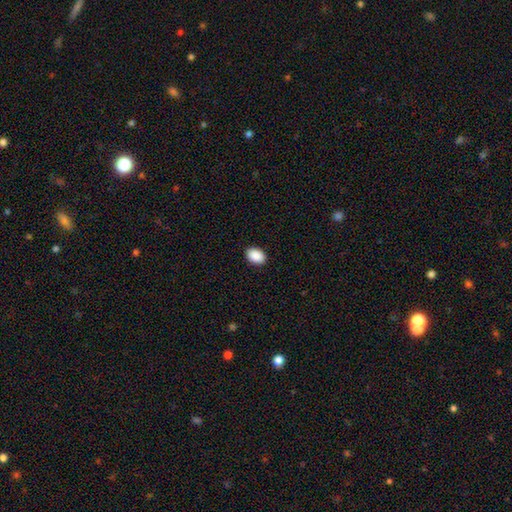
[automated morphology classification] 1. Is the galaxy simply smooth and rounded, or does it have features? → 90% smooth, 7% star or artifact, 2% featured or disk.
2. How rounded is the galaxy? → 79% in between, 20% round, 1% cigar-shaped.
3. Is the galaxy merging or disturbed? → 91% none, 7% minor disturbance, 2% major disturbance, 1% merger.